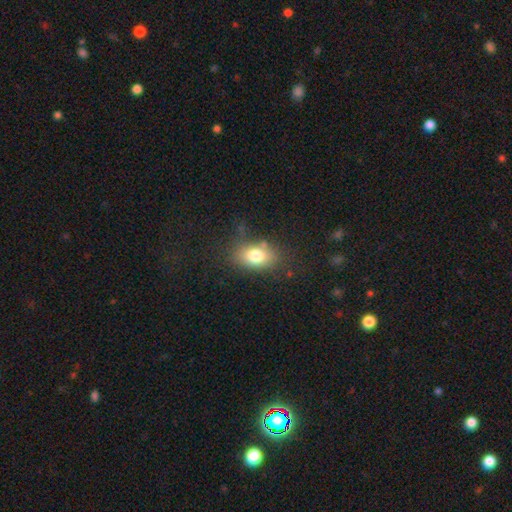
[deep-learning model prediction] Q: Smooth or featured?
A: smooth (76%); runner-up: featured or disk (13%)
Q: How rounded?
A: in between (80%); runner-up: round (18%)
Q: Merging?
A: none (76%); runner-up: minor disturbance (15%)